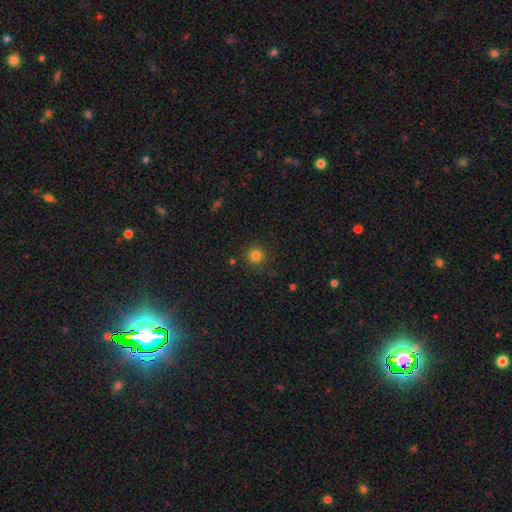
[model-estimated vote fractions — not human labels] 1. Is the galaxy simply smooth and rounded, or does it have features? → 81% smooth, 14% star or artifact, 5% featured or disk.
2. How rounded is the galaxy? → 94% round, 5% in between, 1% cigar-shaped.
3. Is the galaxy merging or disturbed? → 88% none, 8% minor disturbance, 3% major disturbance, 2% merger.